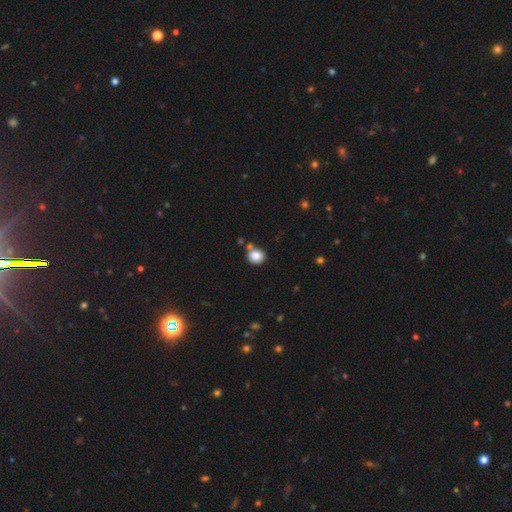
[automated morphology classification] Smooth or featured: smooth — 84% (star or artifact — 10%)
How rounded: round — 83% (in between — 16%)
Merging: none — 70% (merger — 15%)